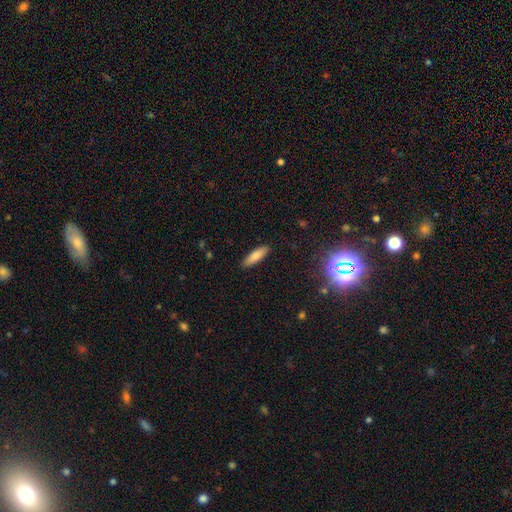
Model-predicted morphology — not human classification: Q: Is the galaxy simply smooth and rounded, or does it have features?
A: smooth — 82%.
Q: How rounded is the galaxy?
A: cigar-shaped — 57%.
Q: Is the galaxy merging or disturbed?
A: none — 89%.